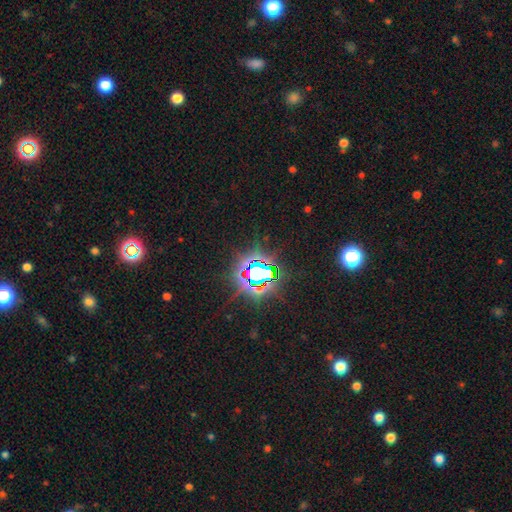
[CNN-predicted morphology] A star or artifact, not a galaxy (80%).

Vote fractions:
- Smooth or featured? star or artifact: 80% / smooth: 11% / featured or disk: 8%